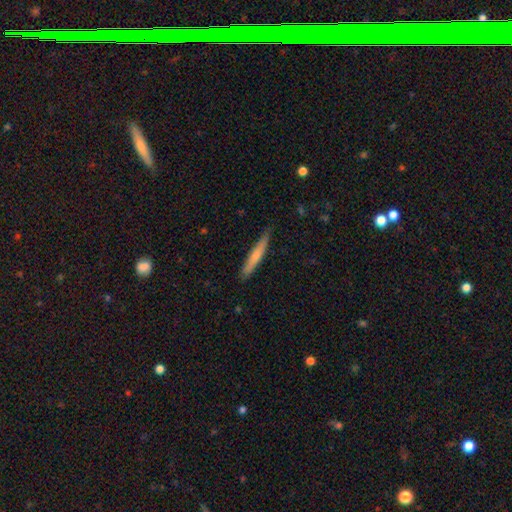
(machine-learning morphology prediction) Smooth or featured? Predicted: smooth (p=0.61). How rounded? Predicted: cigar-shaped (p=0.94). Merging? Predicted: none (p=0.85).